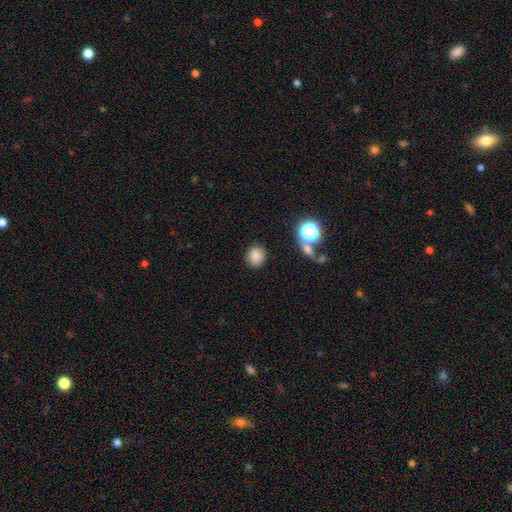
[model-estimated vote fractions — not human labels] This is clearly a smooth galaxy (82%). How rounded: likely round (76%). Merging: clearly none (83%).